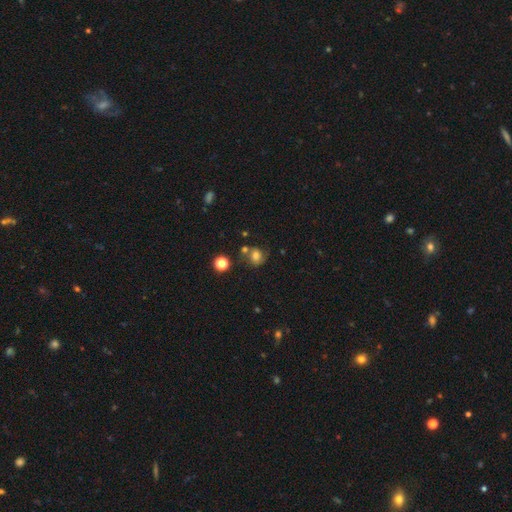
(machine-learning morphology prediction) Smooth or featured? smooth (61%)
How rounded? round (61%)
Merging? none (51%)